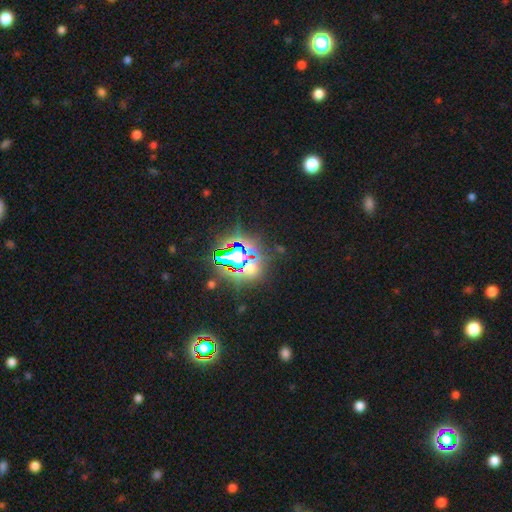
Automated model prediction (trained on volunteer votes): Q: Smooth or featured?
A: star or artifact (80%); runner-up: smooth (12%)